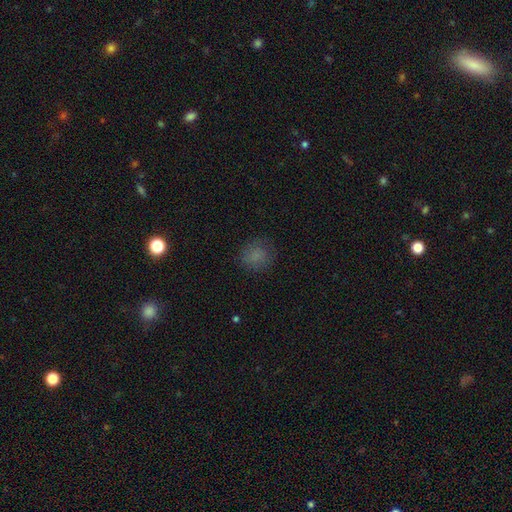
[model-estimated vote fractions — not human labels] smooth 79%, star or artifact 14%, featured or disk 8%. Down the decision tree: how rounded — round (84%); merging — none (79%).